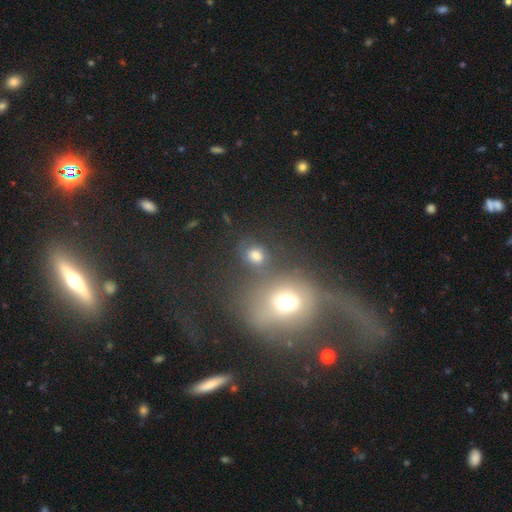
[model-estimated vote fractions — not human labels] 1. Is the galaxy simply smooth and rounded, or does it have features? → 69% smooth, 18% star or artifact, 12% featured or disk.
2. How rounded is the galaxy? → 74% round, 25% in between, 1% cigar-shaped.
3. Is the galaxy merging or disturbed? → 54% none, 28% merger, 11% minor disturbance, 7% major disturbance.